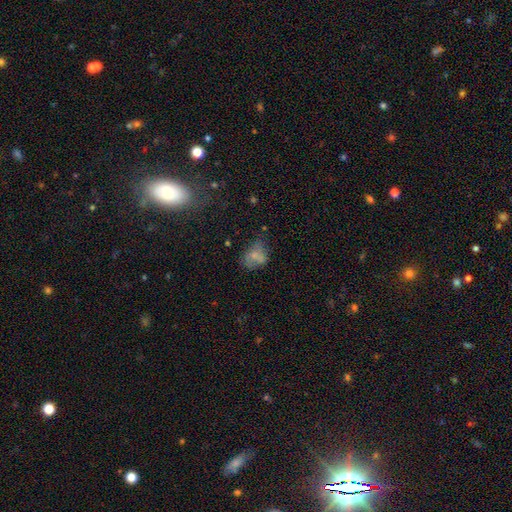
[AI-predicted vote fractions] Smooth or featured? Predicted: smooth (p=0.61). How rounded? Predicted: in between (p=0.67). Merging? Predicted: none (p=0.36).